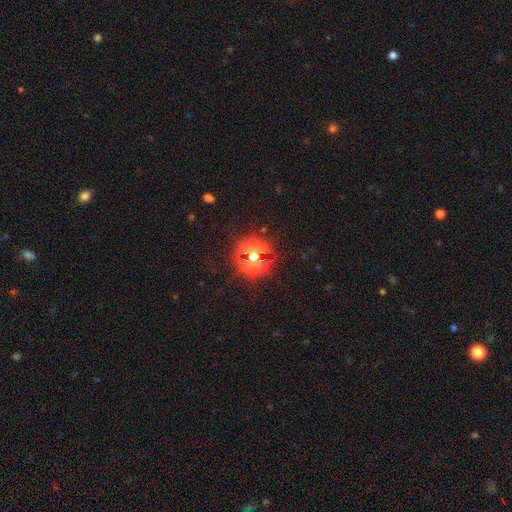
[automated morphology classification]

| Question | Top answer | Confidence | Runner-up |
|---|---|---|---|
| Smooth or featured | star or artifact | 55% | smooth (35%) |